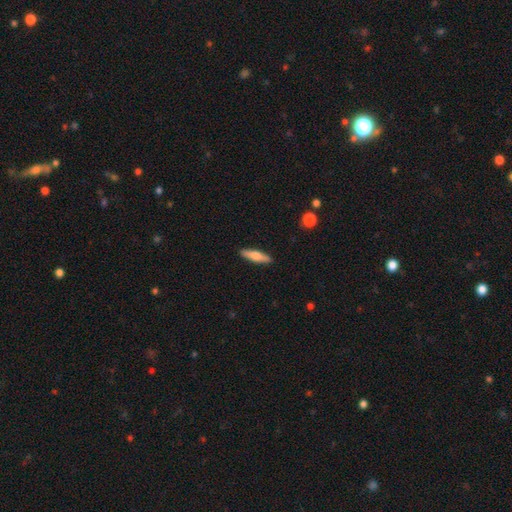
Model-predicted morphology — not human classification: Smooth or featured? smooth (63%)
How rounded? cigar-shaped (71%)
Merging? none (90%)